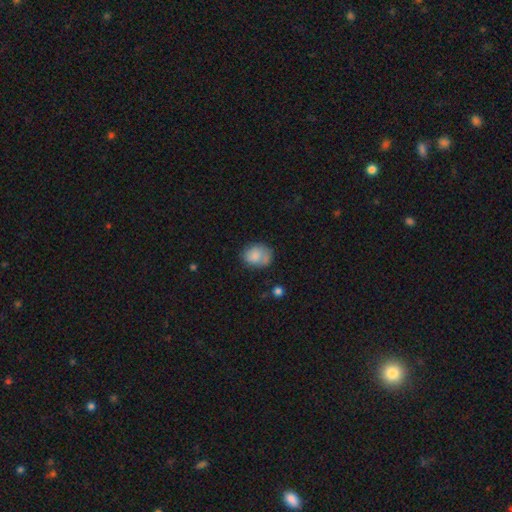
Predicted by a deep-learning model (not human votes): This appears to be a smooth galaxy with no disk features (77%) that is in between round and cigar-shaped (54%). Merging: none (51%).